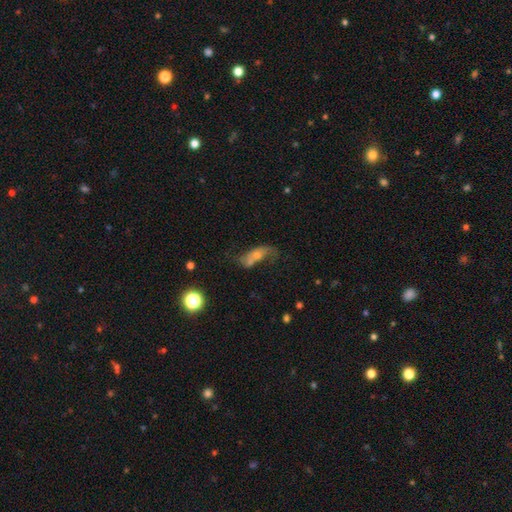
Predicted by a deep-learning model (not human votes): Smooth or featured? Predicted: smooth (p=0.45). Merging? Predicted: none (p=0.29).